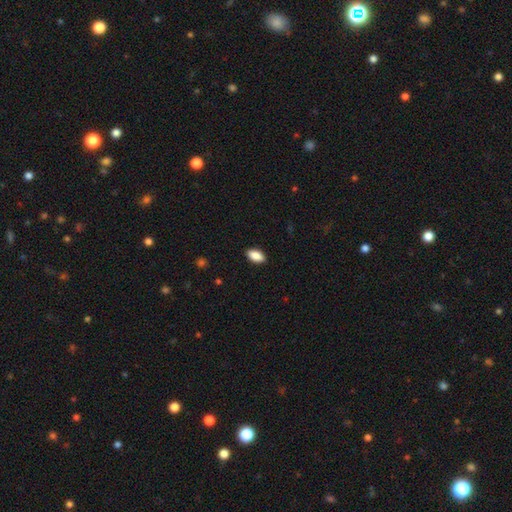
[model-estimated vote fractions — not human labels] Smooth or featured? Predicted: smooth (p=0.89). How rounded? Predicted: in between (p=0.93). Merging? Predicted: none (p=0.89).